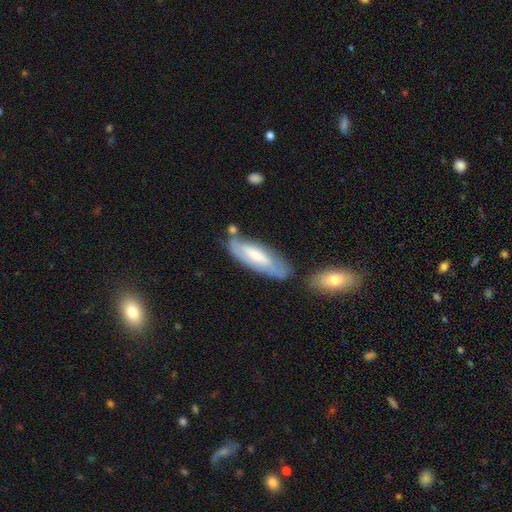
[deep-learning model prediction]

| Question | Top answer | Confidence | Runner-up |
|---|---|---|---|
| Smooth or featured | featured or disk | 47% | tied: smooth (47%) |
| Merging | none | 58% | minor disturbance (22%) |